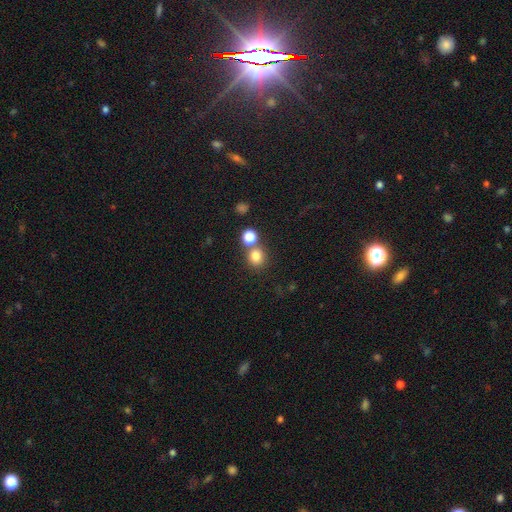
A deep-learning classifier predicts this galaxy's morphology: type=smooth (79%); roundness=round (84%); merging=none (64%).